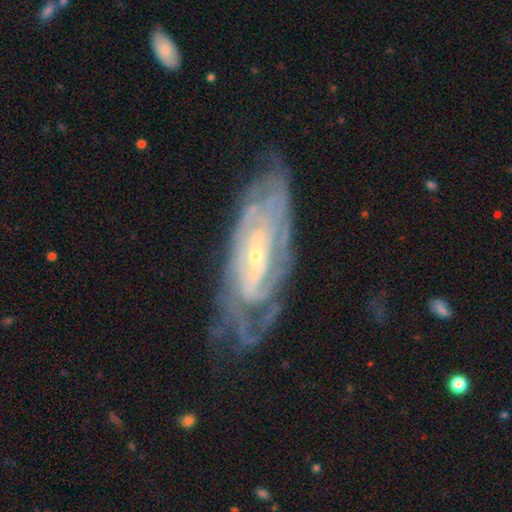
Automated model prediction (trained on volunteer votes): Q: Smooth or featured?
A: featured or disk (86%); runner-up: smooth (8%)
Q: Edge-on disk?
A: no (90%); runner-up: yes (10%)
Q: Bar?
A: no (49%); runner-up: weak (32%)
Q: Spiral arms?
A: yes (93%); runner-up: no (7%)
Q: Spiral winding?
A: tight (73%); runner-up: medium (22%)
Q: Spiral arm count?
A: can't tell (47%); runner-up: 2 (16%)
Q: Bulge size?
A: small (78%); runner-up: moderate (18%)
Q: Merging?
A: none (65%); runner-up: minor disturbance (22%)